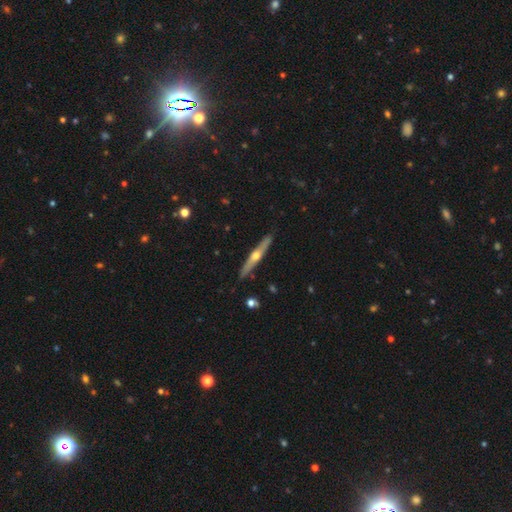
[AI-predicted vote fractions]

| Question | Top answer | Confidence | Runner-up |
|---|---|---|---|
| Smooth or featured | featured or disk | 69% | smooth (26%) |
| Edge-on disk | yes | 97% | no (3%) |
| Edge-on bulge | rounded | 92% | none (6%) |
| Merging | none | 90% | minor disturbance (7%) |